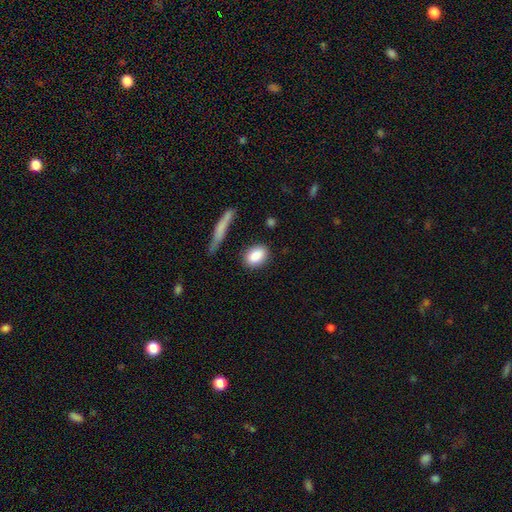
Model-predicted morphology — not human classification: This is clearly a smooth galaxy (87%). How rounded: likely in between (76%). Merging: clearly none (83%).